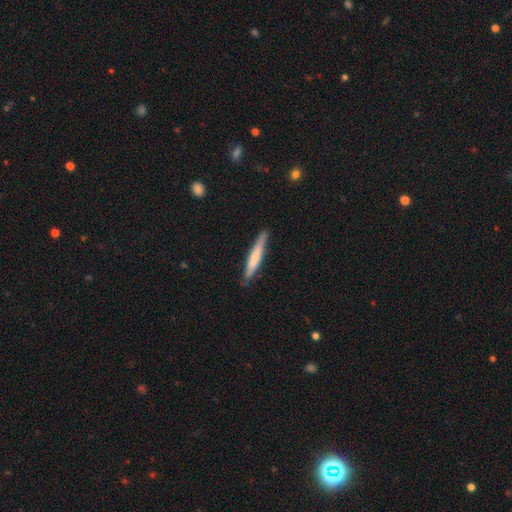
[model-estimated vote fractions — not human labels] Q: Smooth or featured?
A: smooth (63%); runner-up: featured or disk (32%)
Q: How rounded?
A: cigar-shaped (94%); runner-up: in between (5%)
Q: Merging?
A: none (82%); runner-up: minor disturbance (14%)